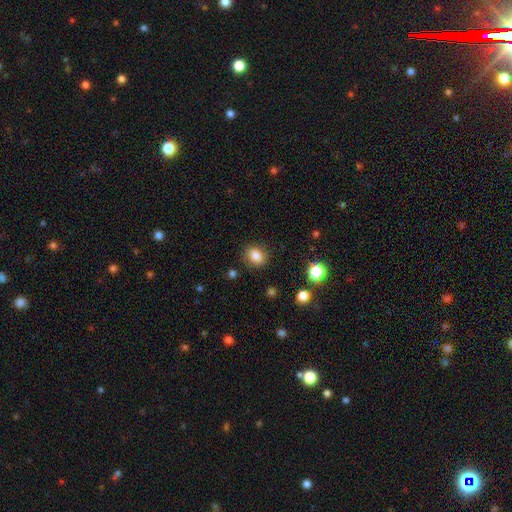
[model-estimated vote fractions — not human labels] This is clearly a smooth galaxy (83%). How rounded: possibly round (52%). Merging: clearly none (85%).